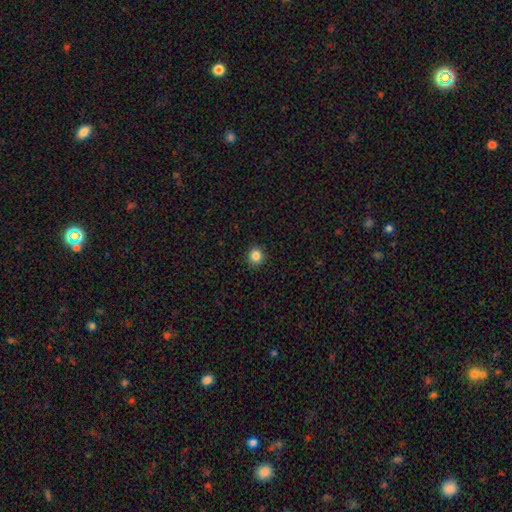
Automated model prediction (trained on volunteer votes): The model was most divided on "smooth or featured": smooth: 85%, star or artifact: 11%, featured or disk: 4%. More confident: merging — none (92%); how rounded — round (86%).